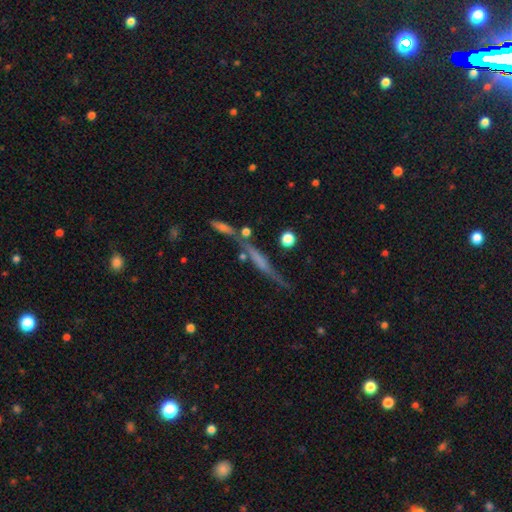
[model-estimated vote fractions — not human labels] A featured or disk galaxy (63%) viewed edge-on (93%) with no central bulge (48%). Merging: none (66%).